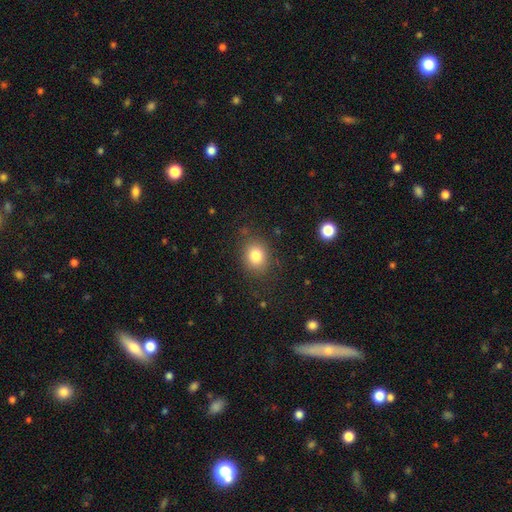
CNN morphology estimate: smooth_or_featured: smooth (p=0.82) [alt: star or artifact p=0.11]
how_rounded: round (p=0.60) [alt: in between p=0.40]
merging: none (p=0.83) [alt: minor disturbance p=0.11]